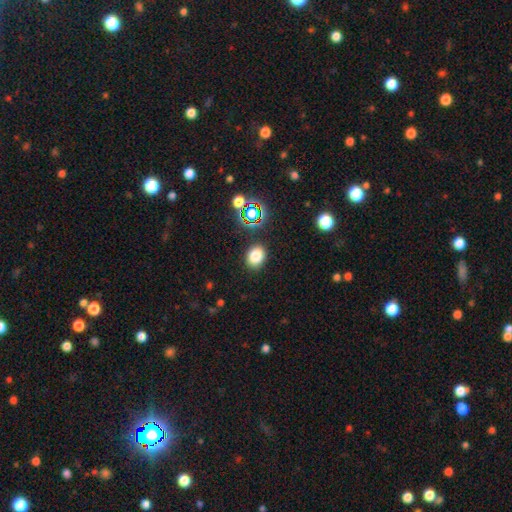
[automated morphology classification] smooth-or-featured: smooth: 78% | star or artifact: 15% | featured or disk: 7%
  how-rounded: in between: 58% | round: 41% | cigar-shaped: 1%
  merging: none: 86% | minor disturbance: 9% | major disturbance: 3% | merger: 2%